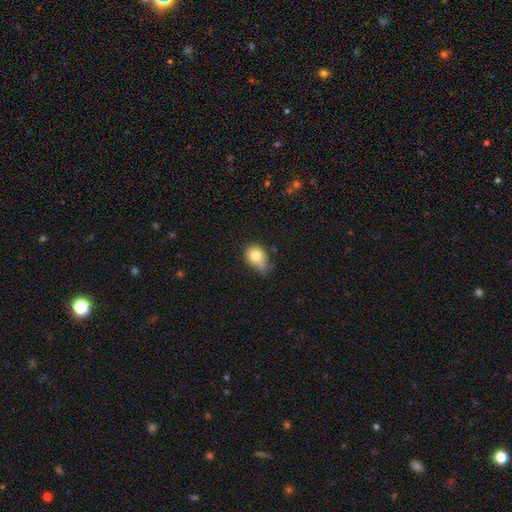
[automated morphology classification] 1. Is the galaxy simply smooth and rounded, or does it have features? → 78% smooth, 11% featured or disk, 10% star or artifact.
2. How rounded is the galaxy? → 50% in between, 49% round, 1% cigar-shaped.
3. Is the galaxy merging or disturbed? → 47% minor disturbance, 33% none, 16% major disturbance, 5% merger.